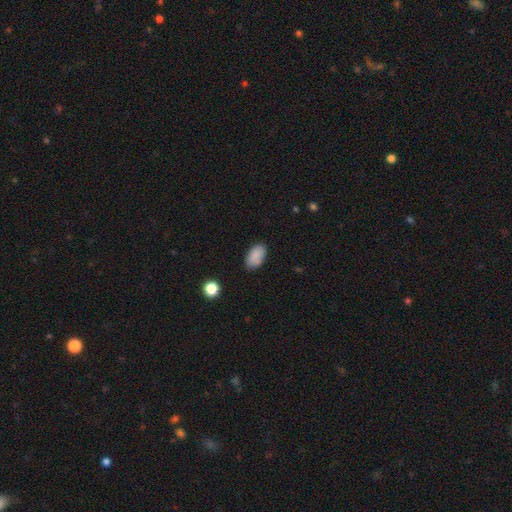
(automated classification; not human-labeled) This appears to be a smooth galaxy with no disk features (86%) that is in between round and cigar-shaped (93%). Merging: none (79%).